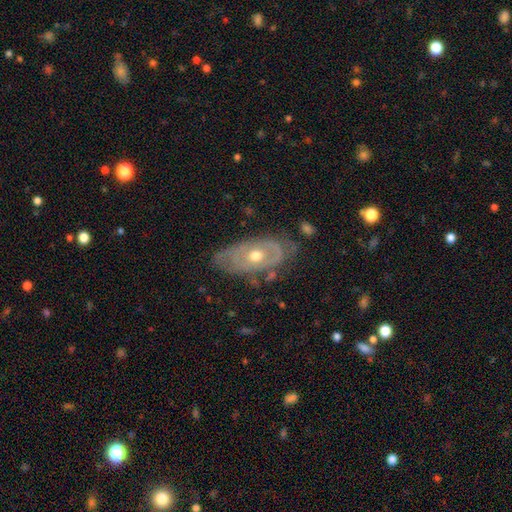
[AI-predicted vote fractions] Morphology: type=featured or disk (76%); edge-on=no (90%); bar=no (83%); spiral arms=yes (65%); bulge=moderate (70%); merging=none (67%).